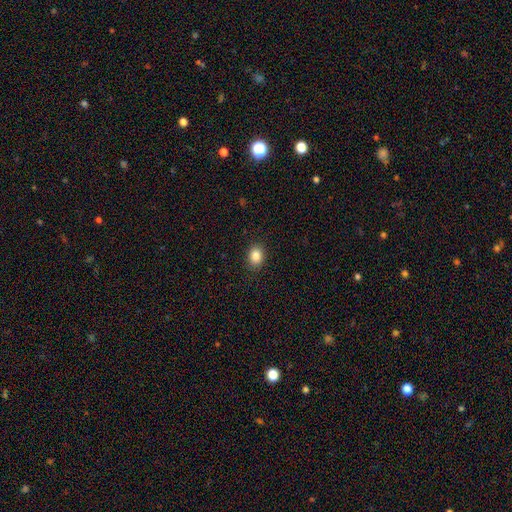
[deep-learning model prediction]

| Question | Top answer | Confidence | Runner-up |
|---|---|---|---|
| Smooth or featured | smooth | 85% | star or artifact (10%) |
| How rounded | in between | 55% | round (44%) |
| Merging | none | 89% | minor disturbance (8%) |